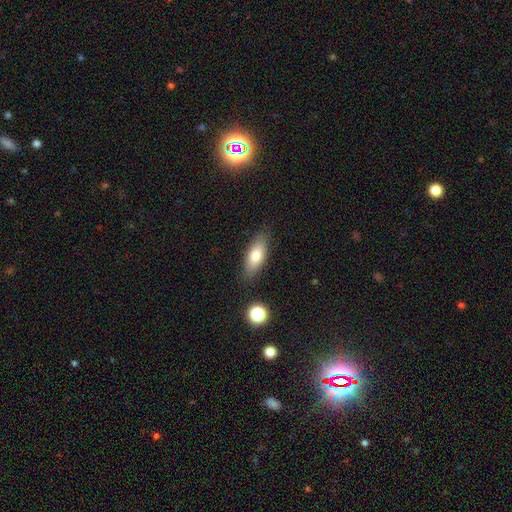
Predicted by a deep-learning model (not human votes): smooth_or_featured: smooth (p=0.75) [alt: featured or disk p=0.18]
how_rounded: in between (p=0.73) [alt: cigar-shaped p=0.23]
merging: none (p=0.83) [alt: minor disturbance p=0.12]